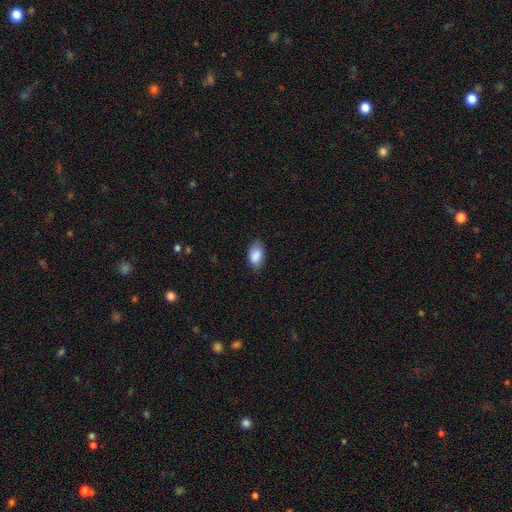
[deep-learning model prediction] smooth_or_featured: smooth (p=0.86) [alt: star or artifact p=0.07]
how_rounded: in between (p=0.92) [alt: round p=0.06]
merging: none (p=0.76) [alt: minor disturbance p=0.19]